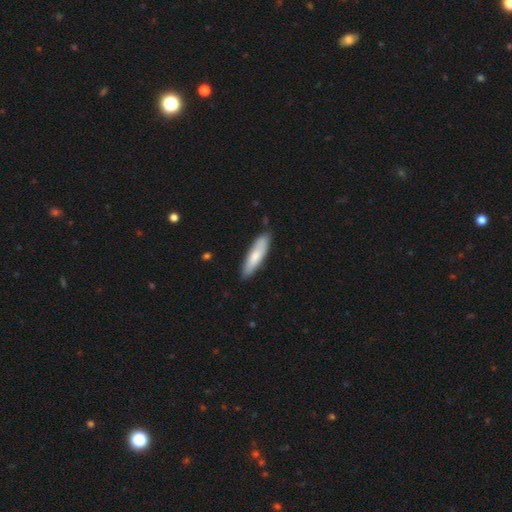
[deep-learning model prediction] smooth-or-featured: smooth: 76% | featured or disk: 19% | star or artifact: 5%
  how-rounded: cigar-shaped: 68% | in between: 31% | round: 1%
  merging: none: 84% | minor disturbance: 12% | major disturbance: 2% | merger: 2%